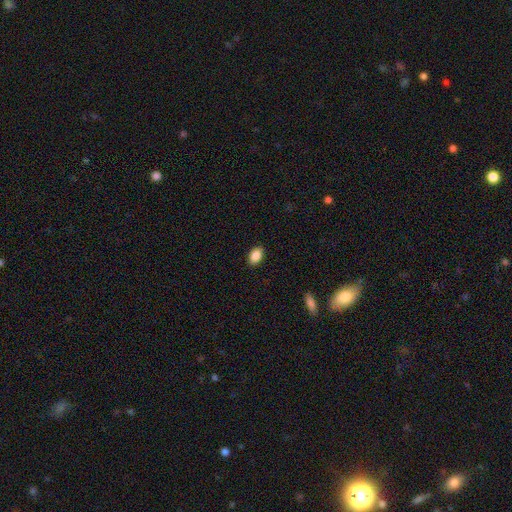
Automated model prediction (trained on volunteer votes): smooth_or_featured: smooth (p=0.88) [alt: star or artifact p=0.08]
how_rounded: in between (p=0.90) [alt: round p=0.08]
merging: none (p=0.89) [alt: minor disturbance p=0.08]